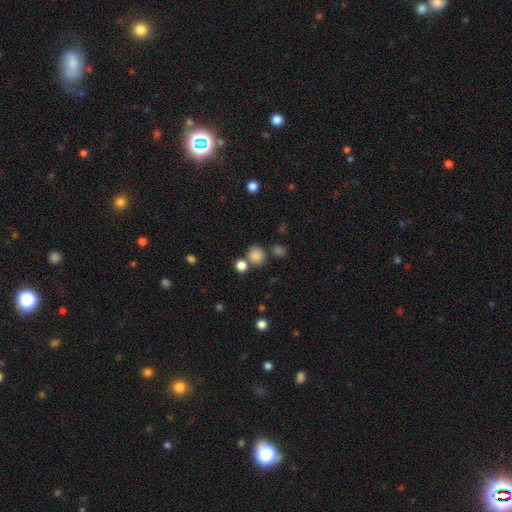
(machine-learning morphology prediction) The model was most divided on "merging": none: 67%, merger: 18%, minor disturbance: 10%, major disturbance: 4%. More confident: smooth or featured — smooth (83%); how rounded — round (81%).